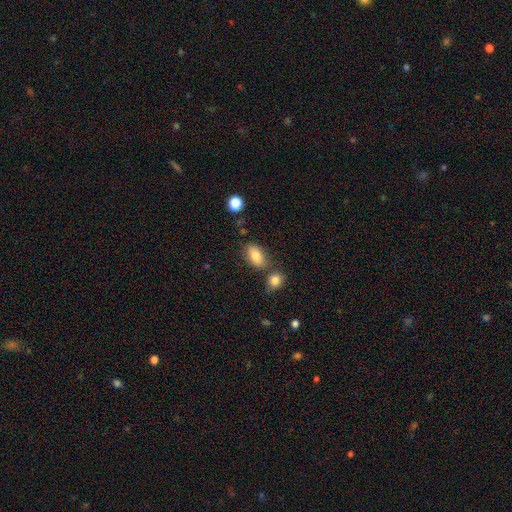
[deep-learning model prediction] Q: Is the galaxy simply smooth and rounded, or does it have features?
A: smooth — 81%.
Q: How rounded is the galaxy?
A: in between — 89%.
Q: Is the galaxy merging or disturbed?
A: none — 67%.